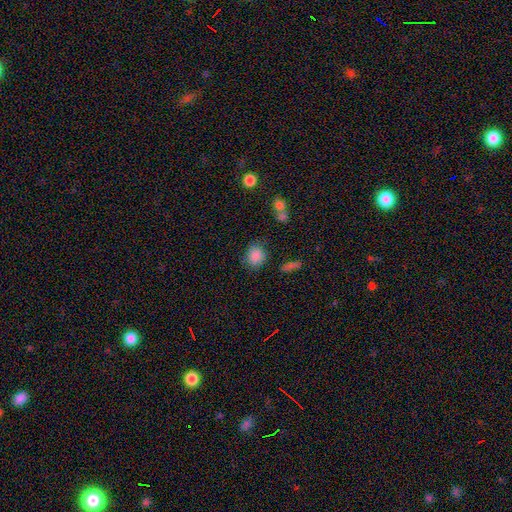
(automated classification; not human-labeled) Overall: smooth (85%). How rounded: round (65%; in between 34%). Merging: none (77%).